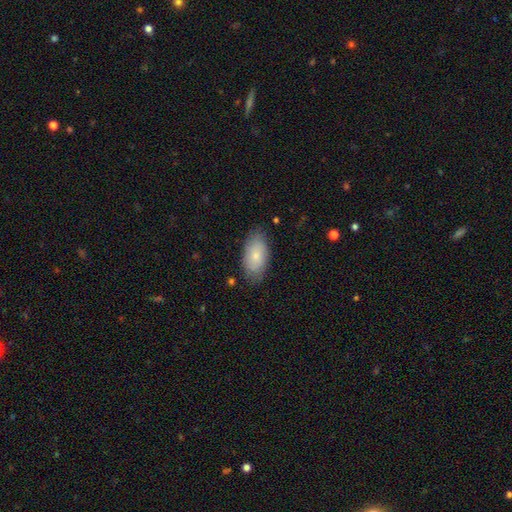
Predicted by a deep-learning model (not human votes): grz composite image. It shows a smooth galaxy with no disk features (74%) that is in between round and cigar-shaped (93%). Merging: none (78%).